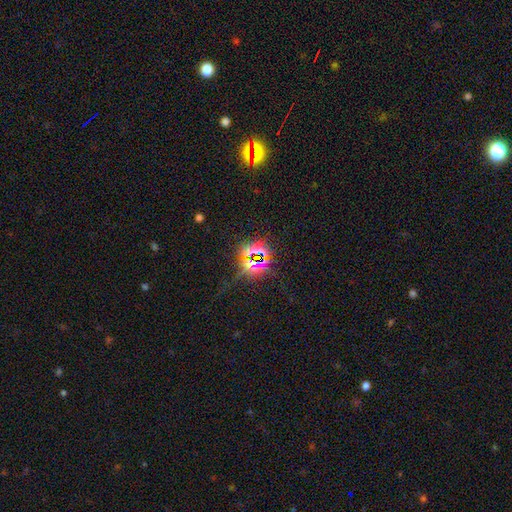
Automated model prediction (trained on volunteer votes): Smooth or featured: star or artifact — 80% (smooth — 12%)